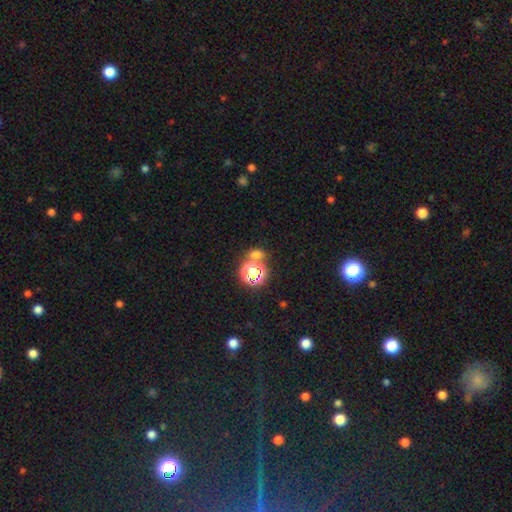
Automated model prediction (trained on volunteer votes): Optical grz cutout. It shows a smooth galaxy with no disk features (56%) that is round (53%). Merging: none (62%).